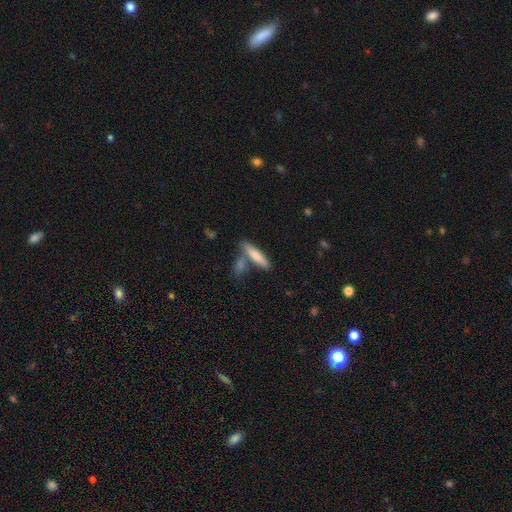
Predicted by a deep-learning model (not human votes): This is likely a smooth galaxy (75%). How rounded: likely cigar-shaped (76%). Merging: likely none (62%).